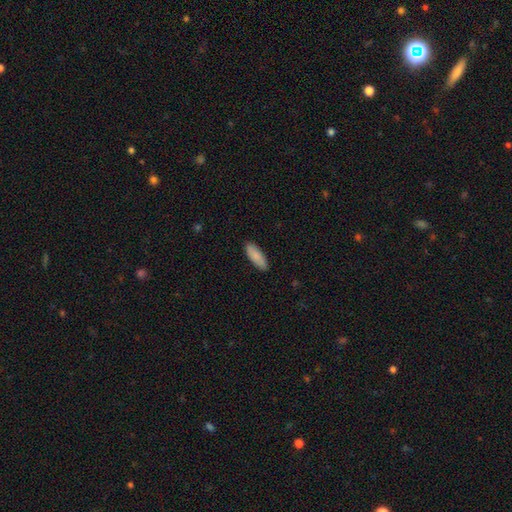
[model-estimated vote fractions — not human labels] smooth_or_featured: smooth (p=0.87) [alt: featured or disk p=0.08]
how_rounded: in between (p=0.70) [alt: cigar-shaped p=0.28]
merging: none (p=0.89) [alt: minor disturbance p=0.09]